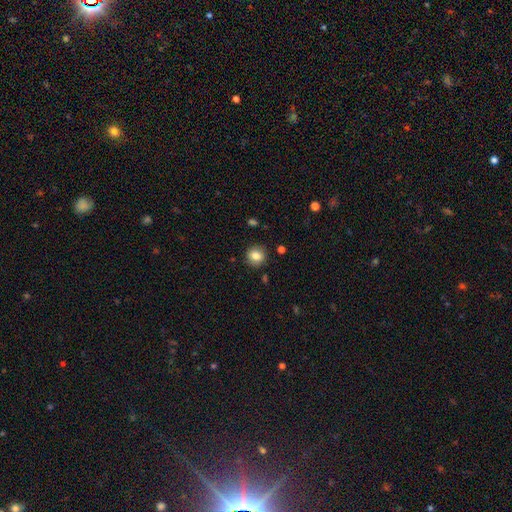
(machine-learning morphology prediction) smooth_or_featured: smooth (p=0.82) [alt: star or artifact p=0.10]
how_rounded: round (p=0.87) [alt: in between p=0.12]
merging: none (p=0.89) [alt: minor disturbance p=0.08]